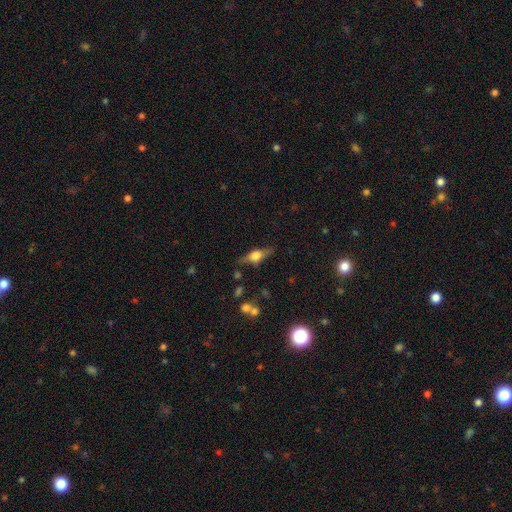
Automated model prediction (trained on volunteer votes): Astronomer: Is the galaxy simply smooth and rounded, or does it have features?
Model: featured or disk — 57% (runner-up: smooth, 34%).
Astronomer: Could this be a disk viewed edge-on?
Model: yes — 92%.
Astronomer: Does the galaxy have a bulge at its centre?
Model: rounded — 91%.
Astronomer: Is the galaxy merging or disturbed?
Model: none — 76%.